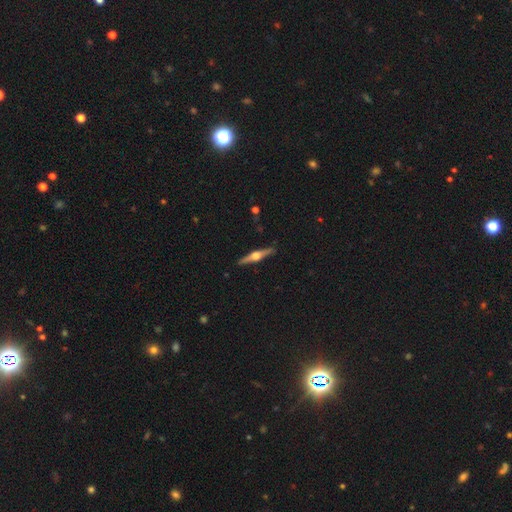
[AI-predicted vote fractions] smooth_or_featured: featured or disk (p=0.78) [alt: smooth p=0.17]
disk_edge_on: yes (p=0.98) [alt: no p=0.02]
edge_on_bulge: rounded (p=0.95) [alt: boxy p=0.03]
merging: none (p=0.91) [alt: minor disturbance p=0.06]